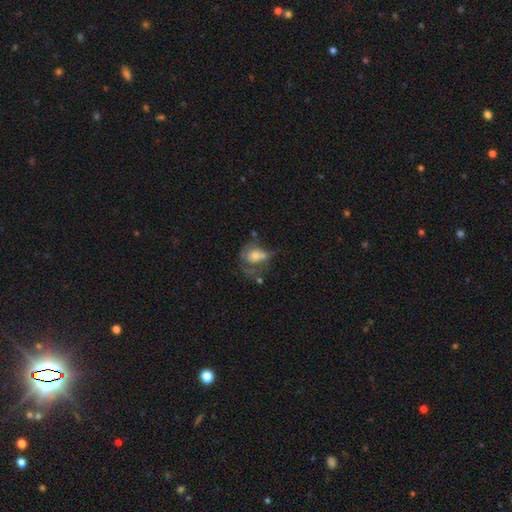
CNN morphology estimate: Smooth or featured? Predicted: smooth (p=0.51). How rounded? Predicted: in between (p=0.56). Merging? Predicted: major disturbance (p=0.39).